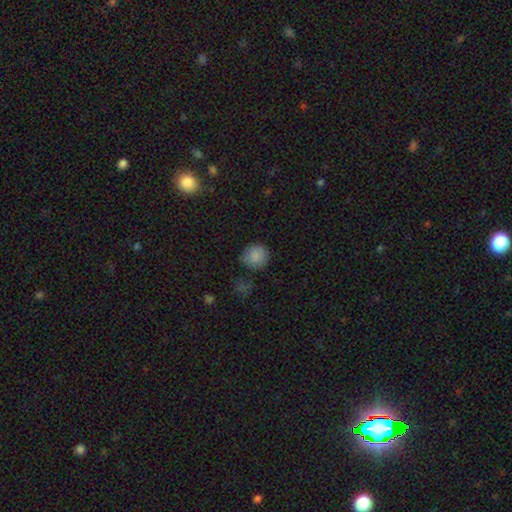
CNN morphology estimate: The model was most divided on "merging": none: 79%, minor disturbance: 14%, major disturbance: 4%, merger: 3%. More confident: how rounded — round (88%); smooth or featured — smooth (86%).